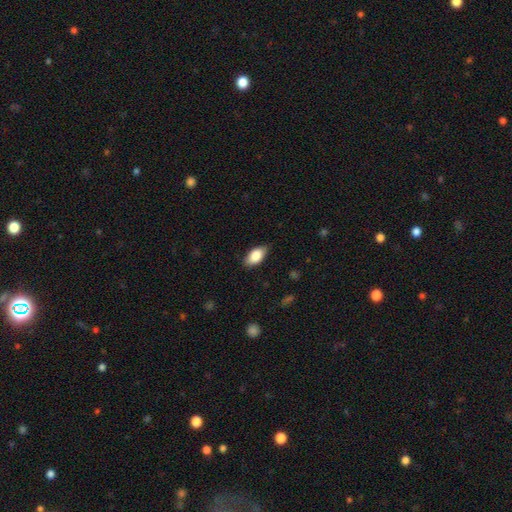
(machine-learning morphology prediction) smooth 84%, featured or disk 10%, star or artifact 6%. Down the decision tree: how rounded — in between (92%); merging — none (82%).